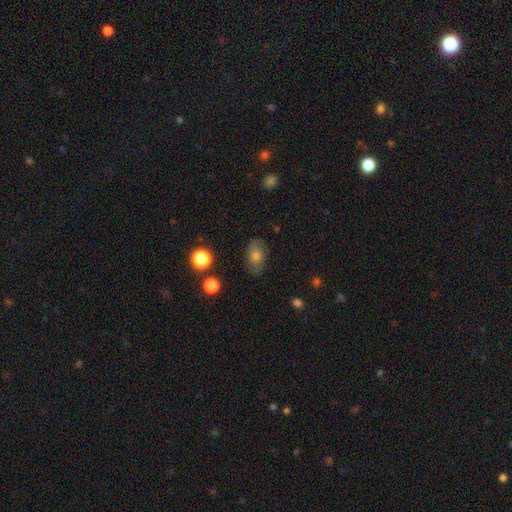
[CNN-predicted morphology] smooth_or_featured: smooth (p=0.59) [alt: featured or disk p=0.27]
how_rounded: in between (p=0.81) [alt: round p=0.17]
merging: none (p=0.79) [alt: minor disturbance p=0.16]